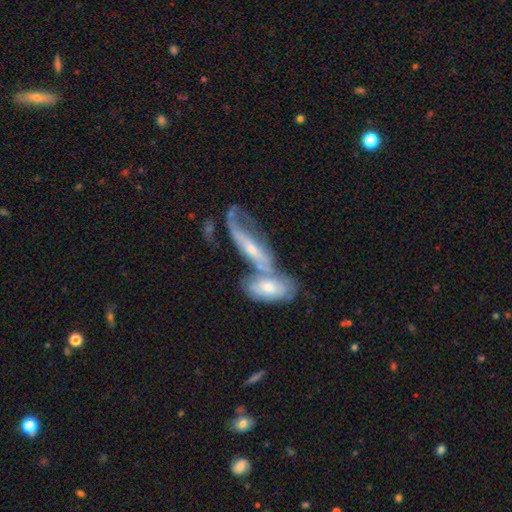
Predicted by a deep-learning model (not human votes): Overall: featured or disk (68%). Edge-on disk: no (67%; yes 33%). Merging: merger (62%; none 25%).